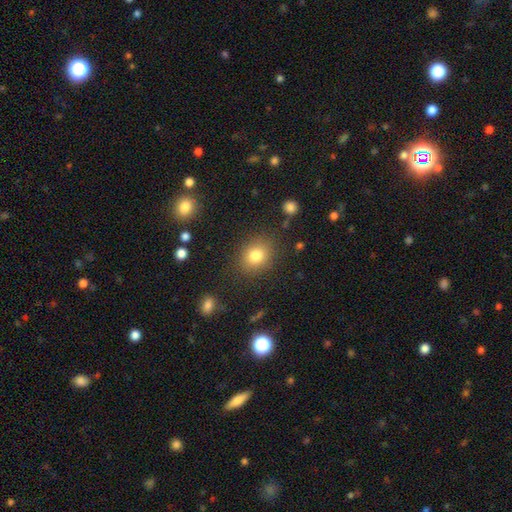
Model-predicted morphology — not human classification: Overall: smooth (80%). How rounded: round (63%; in between 35%). Merging: none (84%).